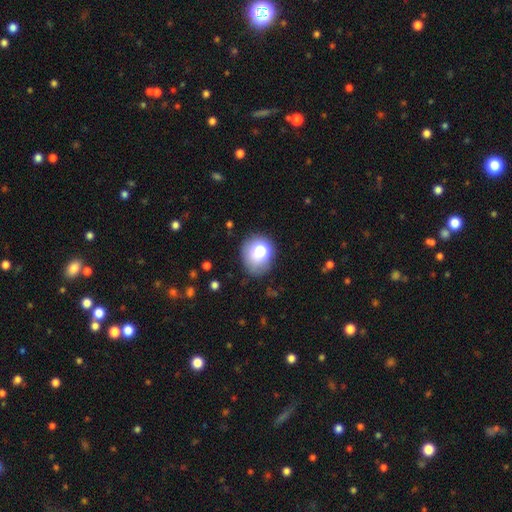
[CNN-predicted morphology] The model was most divided on "how rounded": round: 68%, in between: 31%, cigar-shaped: 1%. More confident: smooth or featured — smooth (69%); merging — none (65%).